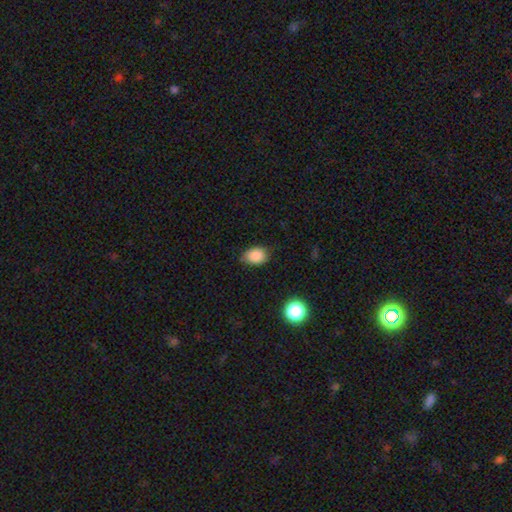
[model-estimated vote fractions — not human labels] This appears to be a smooth galaxy with no disk features (87%) that is in between round and cigar-shaped (75%). Merging: none (74%).